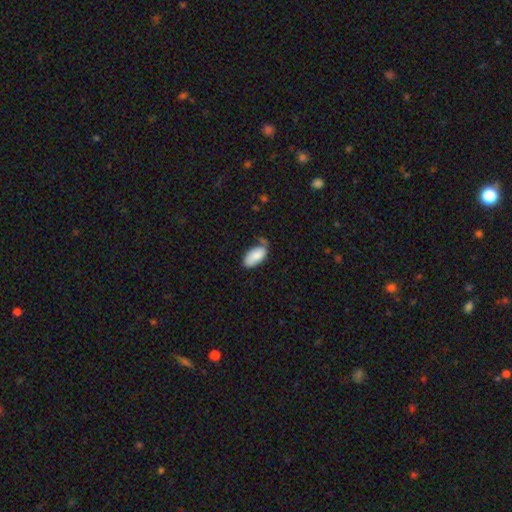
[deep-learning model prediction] This is clearly a smooth galaxy (84%). How rounded: clearly in between (94%). Merging: possibly none (51%).